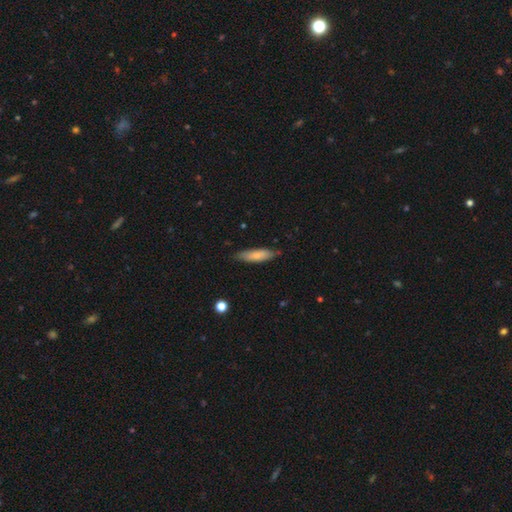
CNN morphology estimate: smooth 74%, featured or disk 21%, star or artifact 6%. Down the decision tree: how rounded — cigar-shaped (62%); merging — none (78%).